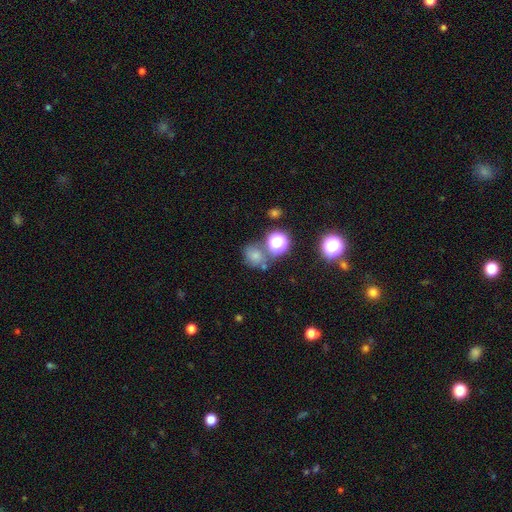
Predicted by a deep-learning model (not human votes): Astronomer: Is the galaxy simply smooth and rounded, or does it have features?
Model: smooth — 66%.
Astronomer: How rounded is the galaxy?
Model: round — 64%.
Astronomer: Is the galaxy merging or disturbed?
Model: none — 58%.